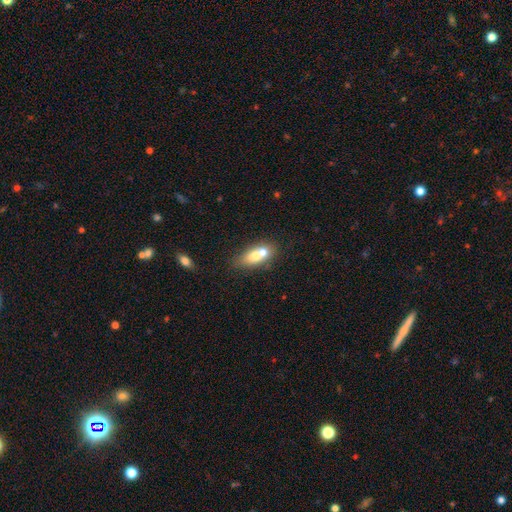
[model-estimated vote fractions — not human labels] smooth_or_featured: smooth (p=0.66) [alt: featured or disk p=0.25]
how_rounded: in between (p=0.73) [alt: round p=0.15]
merging: merger (p=0.53) [alt: none p=0.33]